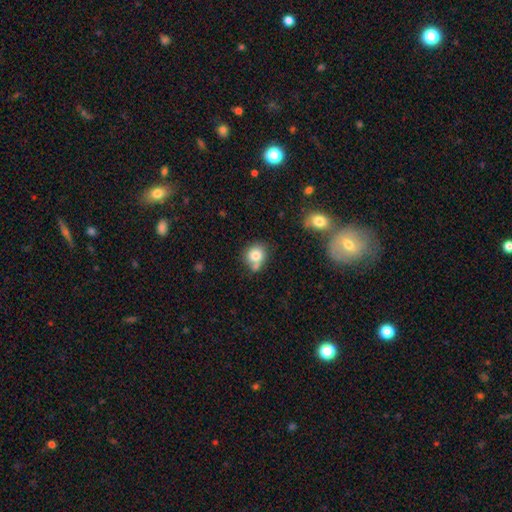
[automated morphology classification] smooth_or_featured: smooth (p=0.80) [alt: featured or disk p=0.10]
how_rounded: round (p=0.75) [alt: in between p=0.24]
merging: none (p=0.52) [alt: merger p=0.26]